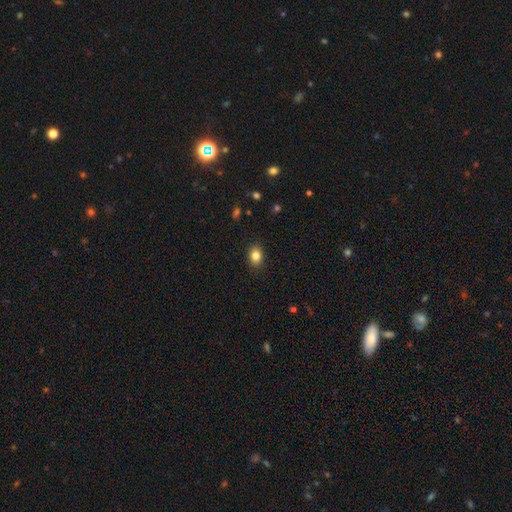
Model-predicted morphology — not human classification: A smooth galaxy with no disk features (84%) that is in between round and cigar-shaped (66%).

Vote fractions:
- Smooth or featured? smooth: 84% / star or artifact: 10% / featured or disk: 6%
- How rounded? in between: 66% / round: 33% / cigar-shaped: 1%
- Merging? none: 88% / minor disturbance: 9% / major disturbance: 2% / merger: 1%